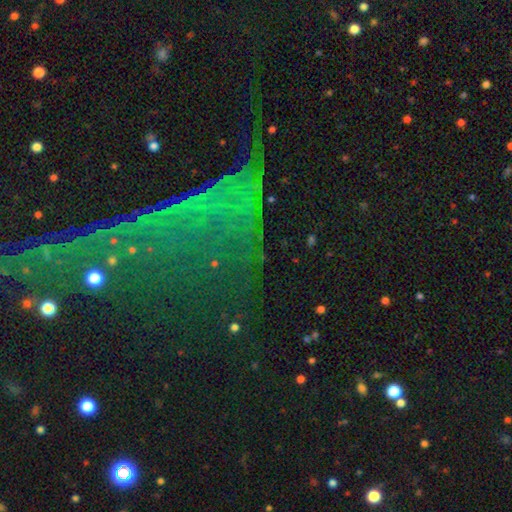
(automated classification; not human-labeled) smooth_or_featured: star or artifact (p=0.67) [alt: featured or disk p=0.18]